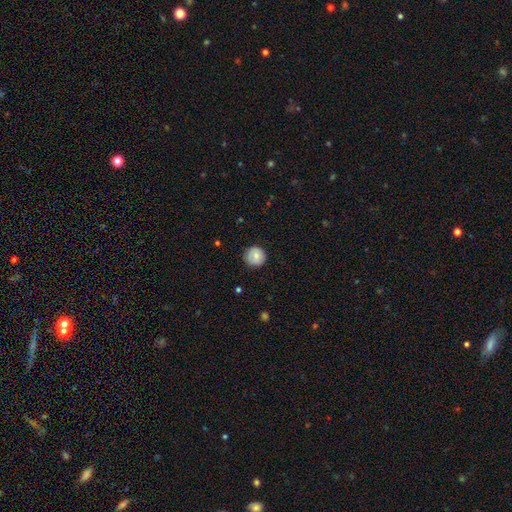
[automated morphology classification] Smooth or featured? smooth (75%)
How rounded? round (95%)
Merging? none (88%)